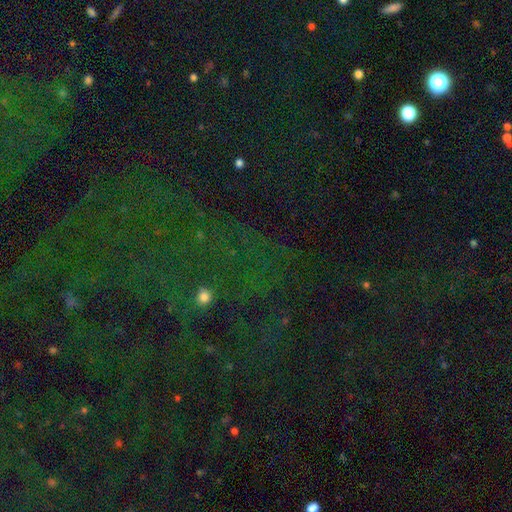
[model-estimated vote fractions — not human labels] The model was most divided on "smooth or featured": star or artifact: 77%, smooth: 14%, featured or disk: 9%.